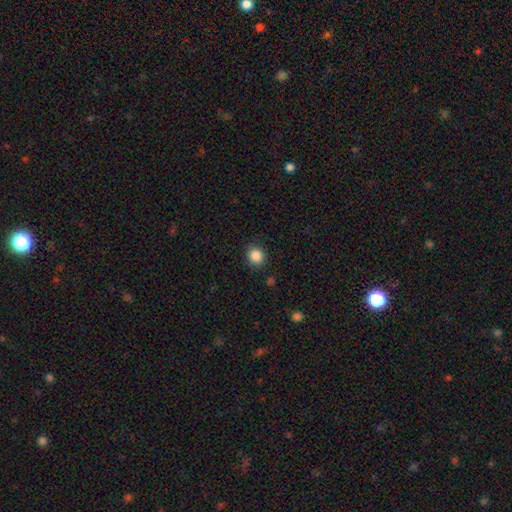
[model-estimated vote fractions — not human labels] Overall: smooth (86%). How rounded: round (81%). Merging: none (87%).